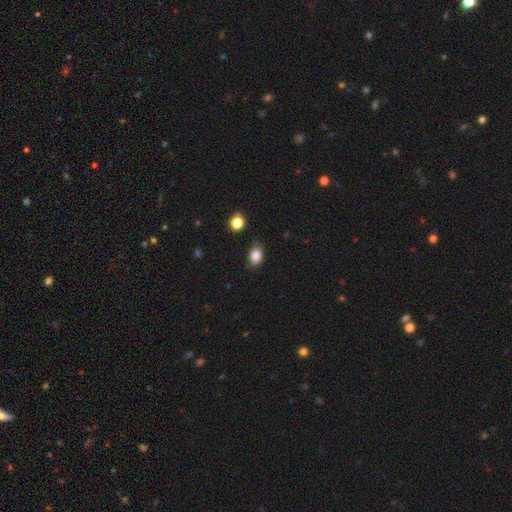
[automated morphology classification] Smooth or featured? Predicted: smooth (p=0.85). How rounded? Predicted: in between (p=0.78). Merging? Predicted: none (p=0.79).